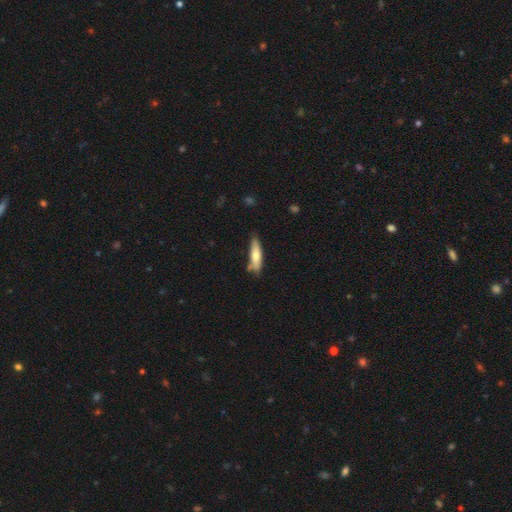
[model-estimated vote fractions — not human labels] This appears to be a smooth galaxy with no disk features (69%) that is cigar-shaped (68%). Merging: none (65%).